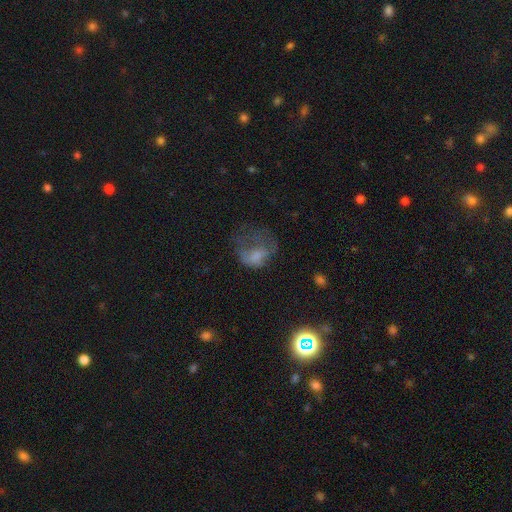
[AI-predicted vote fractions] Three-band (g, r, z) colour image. It shows a smooth galaxy with no disk features (57%) that is in between round and cigar-shaped (63%). Merging: major disturbance (55%).